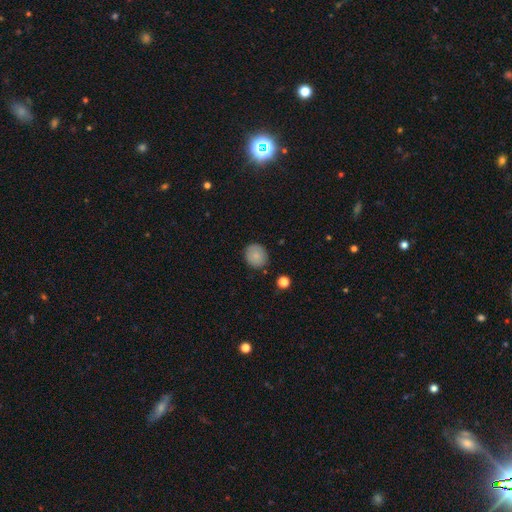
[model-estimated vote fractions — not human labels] A smooth galaxy with no disk features (85%) that is round (79%).

Vote fractions:
- Smooth or featured? smooth: 85% / star or artifact: 9% / featured or disk: 6%
- How rounded? round: 79% / in between: 20% / cigar-shaped: 1%
- Merging? none: 86% / minor disturbance: 10% / major disturbance: 2% / merger: 2%